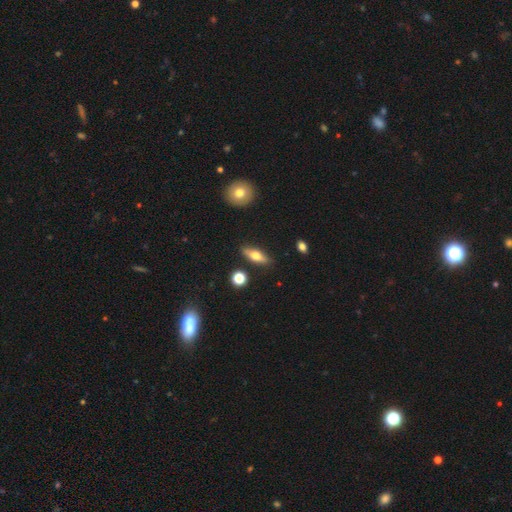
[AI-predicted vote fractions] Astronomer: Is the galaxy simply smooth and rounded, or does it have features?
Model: smooth — 59%.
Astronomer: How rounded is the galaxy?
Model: in between — 57% (runner-up: cigar-shaped, 39%).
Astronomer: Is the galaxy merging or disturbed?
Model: none — 85%.